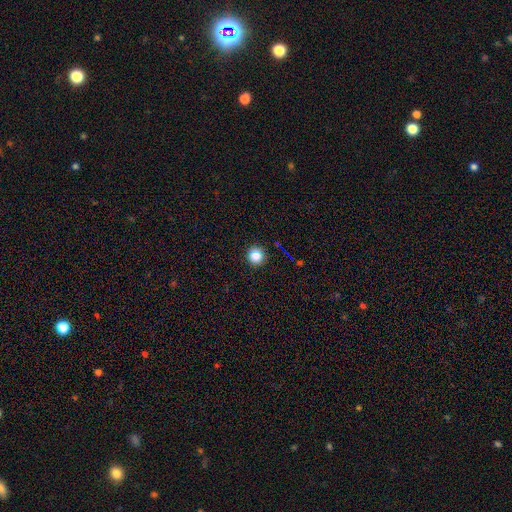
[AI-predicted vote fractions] Morphology: type=smooth (80%); roundness=round (92%); merging=none (89%).